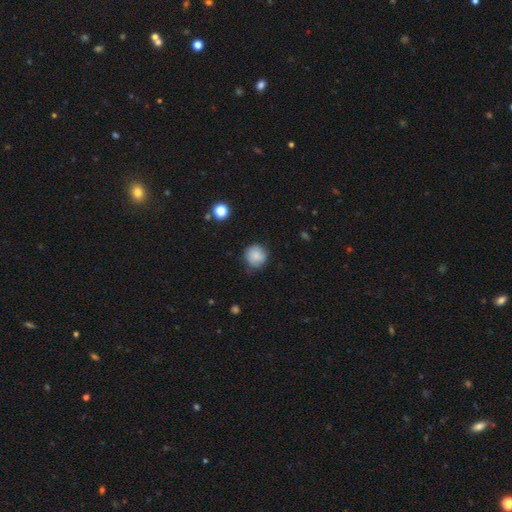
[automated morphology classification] Smooth or featured? Predicted: smooth (p=0.80). How rounded? Predicted: round (p=0.89). Merging? Predicted: none (p=0.73).